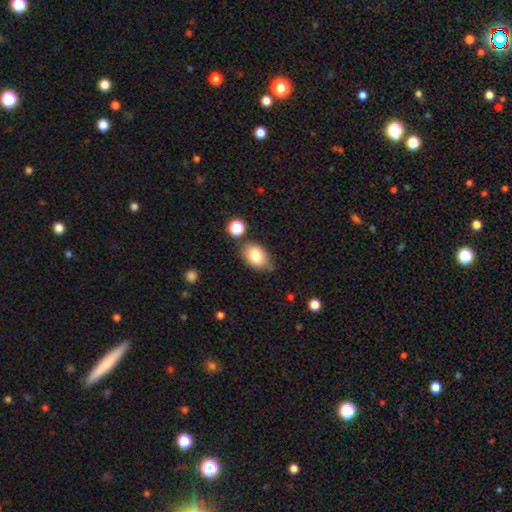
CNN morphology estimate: This appears to be a smooth galaxy with no disk features (83%) that is in between round and cigar-shaped (87%). Merging: none (68%).